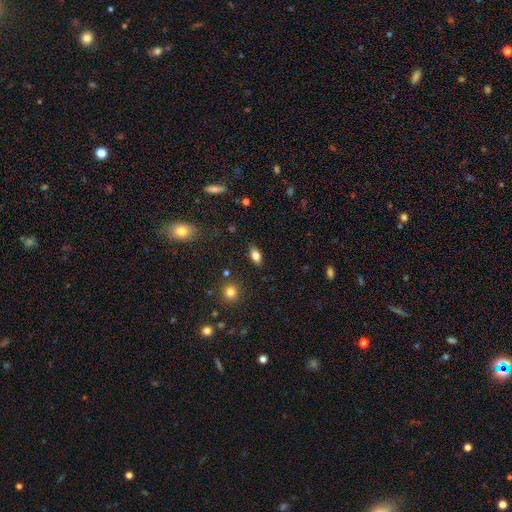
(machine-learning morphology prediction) type=smooth (76%); roundness=in between (86%); merging=none (86%).